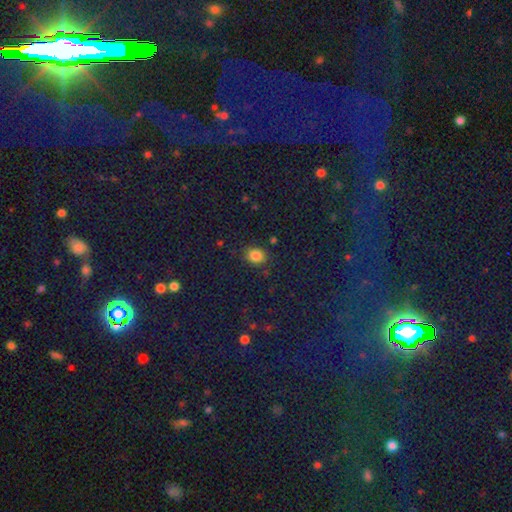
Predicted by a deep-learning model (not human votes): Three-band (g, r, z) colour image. It shows a smooth galaxy with no disk features (80%) that is round (59%). Merging: none (82%).